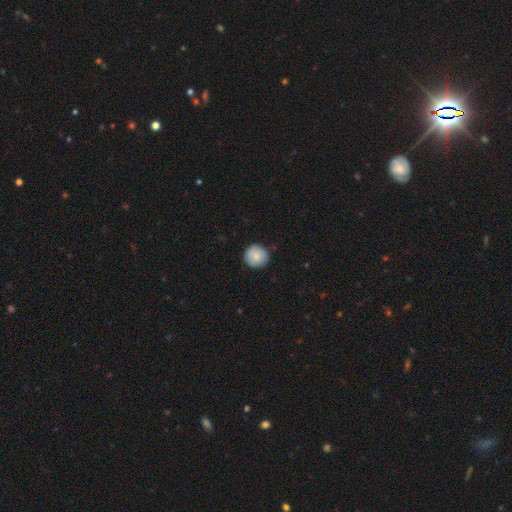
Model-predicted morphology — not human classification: This is clearly a smooth galaxy (81%). How rounded: clearly round (93%). Merging: clearly none (85%).